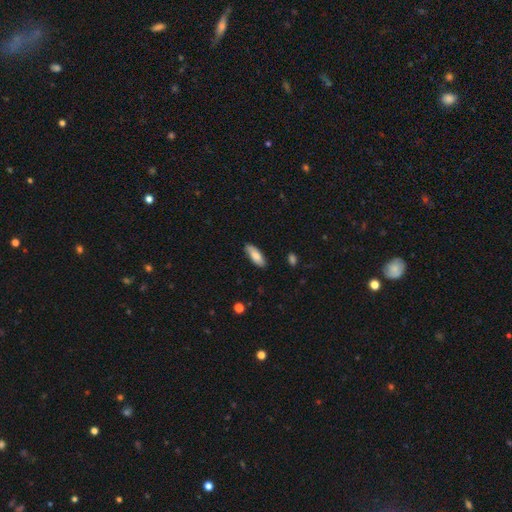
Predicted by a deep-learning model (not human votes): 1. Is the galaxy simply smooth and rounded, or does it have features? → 81% smooth, 13% featured or disk, 6% star or artifact.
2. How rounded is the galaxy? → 69% in between, 29% cigar-shaped, 2% round.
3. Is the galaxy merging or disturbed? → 80% none, 16% minor disturbance, 2% major disturbance, 1% merger.